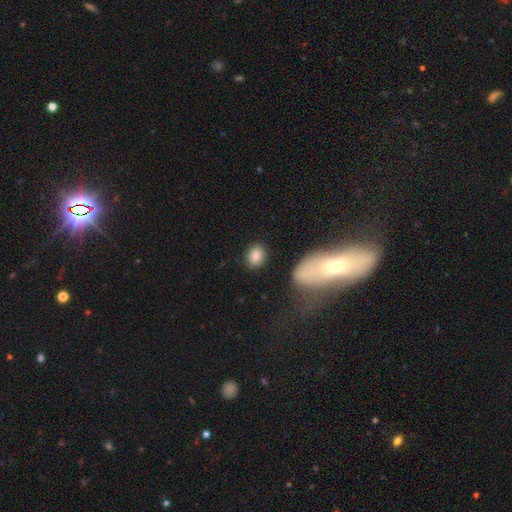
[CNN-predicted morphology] Overall: smooth (87%). How rounded: in between (63%; round 36%). Merging: none (83%).